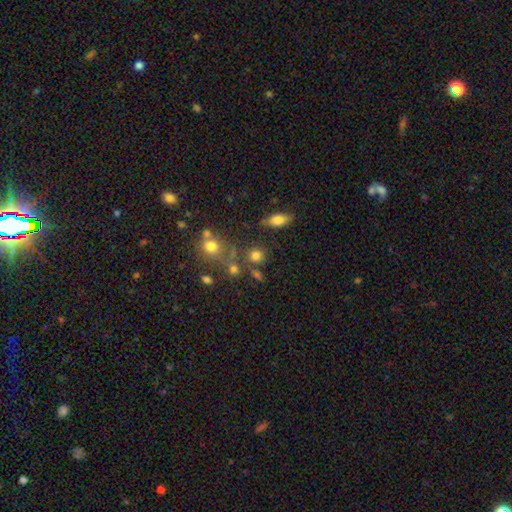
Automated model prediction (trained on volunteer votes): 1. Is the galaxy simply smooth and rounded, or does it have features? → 76% smooth, 15% star or artifact, 8% featured or disk.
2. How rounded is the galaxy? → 80% round, 19% in between, 2% cigar-shaped.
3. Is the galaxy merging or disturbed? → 66% none, 16% merger, 12% minor disturbance, 6% major disturbance.